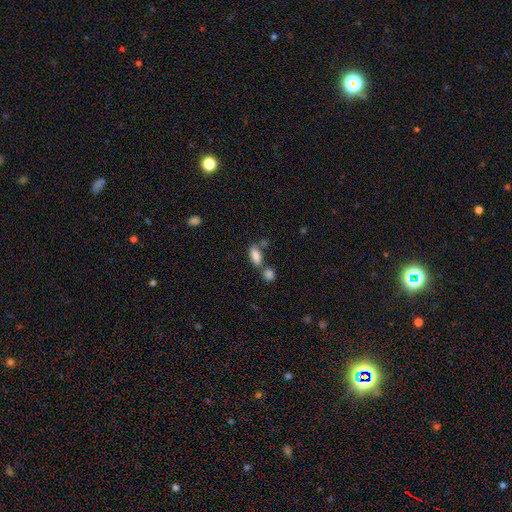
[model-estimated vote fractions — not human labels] Overall: smooth (83%). How rounded: in between (80%). Merging: none (53%; merger 29%).